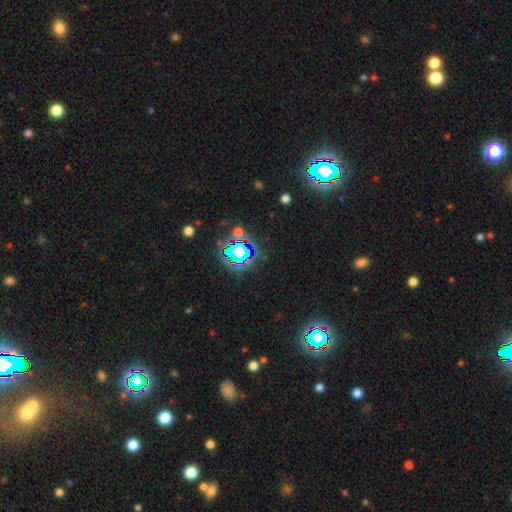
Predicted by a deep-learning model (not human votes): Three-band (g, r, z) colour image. It shows a star or artifact, not a galaxy (80%).